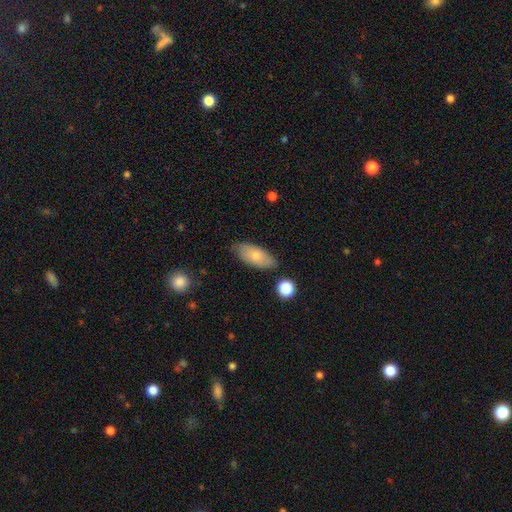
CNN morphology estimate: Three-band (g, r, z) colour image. It shows a smooth galaxy with no disk features (73%) that is in between round and cigar-shaped (88%). Merging: none (78%).